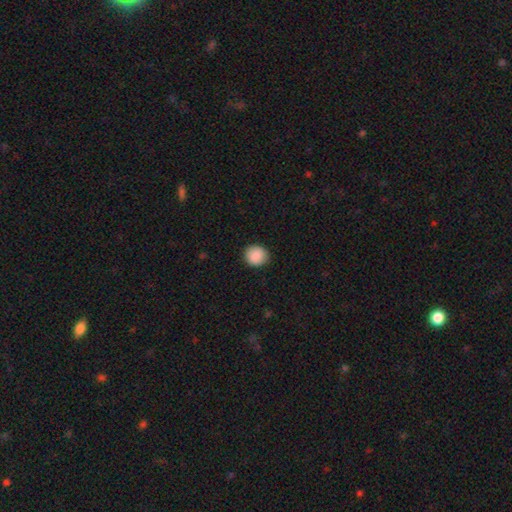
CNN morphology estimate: A smooth galaxy with no disk features (90%) that is round (87%).

Vote fractions:
- Smooth or featured? smooth: 90% / star or artifact: 8% / featured or disk: 3%
- How rounded? round: 87% / in between: 12% / cigar-shaped: 1%
- Merging? none: 89% / minor disturbance: 8% / major disturbance: 2% / merger: 1%